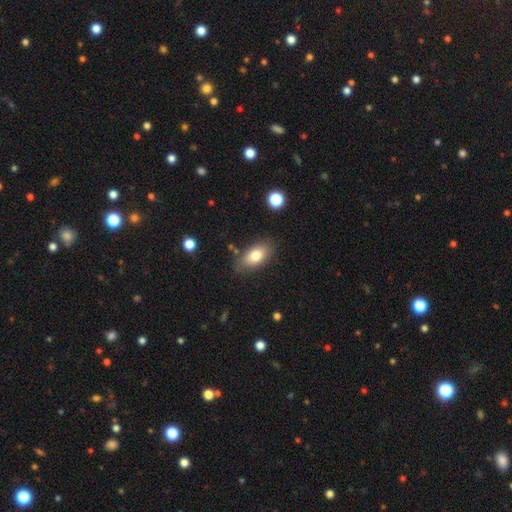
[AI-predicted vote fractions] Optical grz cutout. It shows a smooth galaxy with no disk features (76%) that is in between round and cigar-shaped (89%). Merging: none (80%).